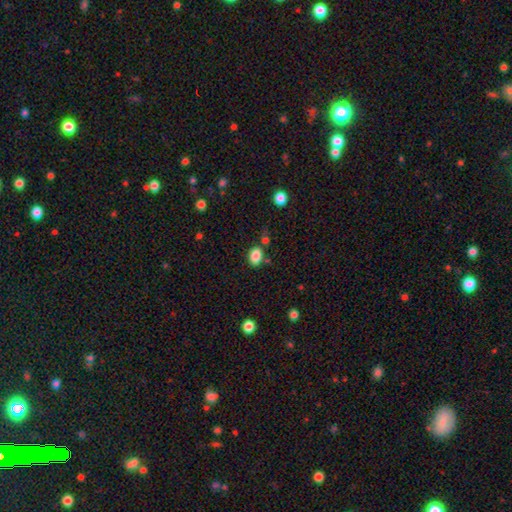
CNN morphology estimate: Smooth or featured?
  - smooth: 86% *
  - star or artifact: 9%
  - featured or disk: 4%
How rounded?
  - in between: 82% *
  - round: 16%
  - cigar-shaped: 1%
Merging?
  - none: 75% *
  - minor disturbance: 15%
  - merger: 7%
  - major disturbance: 4%